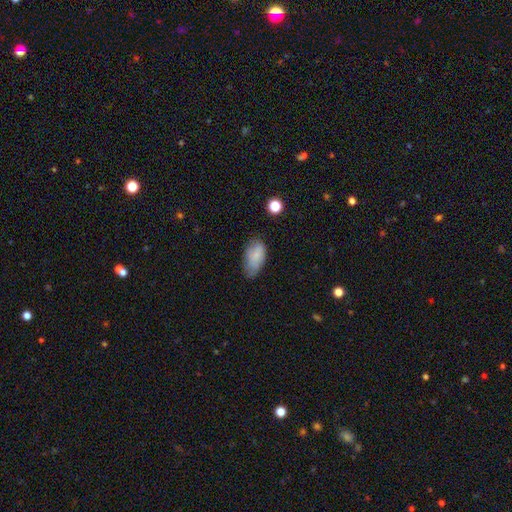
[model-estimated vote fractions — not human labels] Smooth or featured: smooth — 78% (featured or disk — 14%)
How rounded: in between — 93% (round — 4%)
Merging: none — 57% (minor disturbance — 32%)